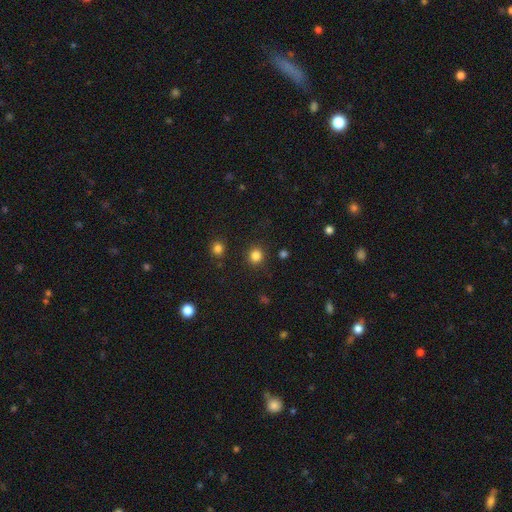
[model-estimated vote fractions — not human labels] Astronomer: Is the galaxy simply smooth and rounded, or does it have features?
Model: smooth — 83%.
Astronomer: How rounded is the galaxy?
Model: round — 92%.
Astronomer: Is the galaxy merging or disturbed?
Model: none — 90%.